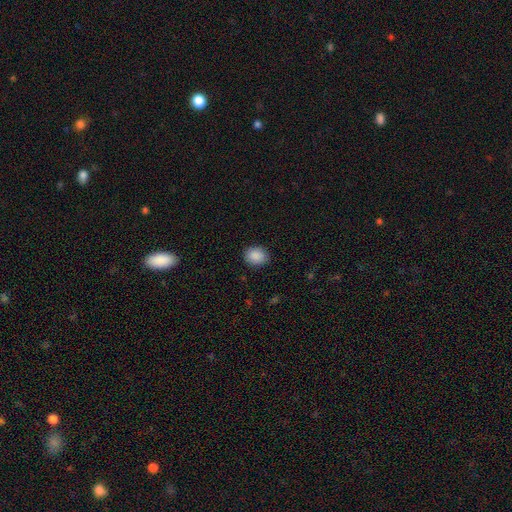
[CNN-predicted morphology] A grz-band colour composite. It shows a smooth galaxy with no disk features (89%) that is round (53%). Merging: none (86%).